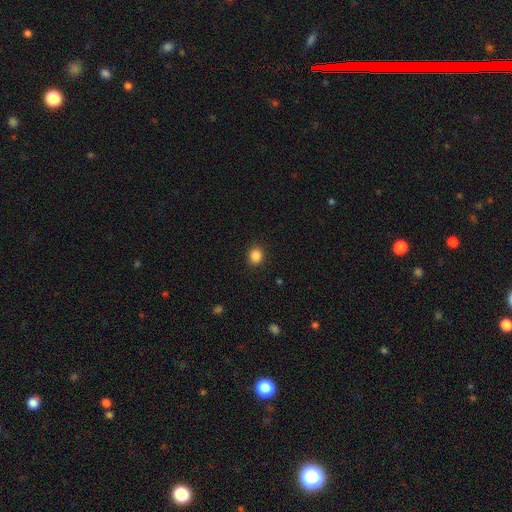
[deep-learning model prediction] Smooth or featured?
  - smooth: 87% *
  - star or artifact: 10%
  - featured or disk: 3%
How rounded?
  - round: 76% *
  - in between: 23%
  - cigar-shaped: 1%
Merging?
  - none: 90% *
  - minor disturbance: 7%
  - major disturbance: 2%
  - merger: 1%